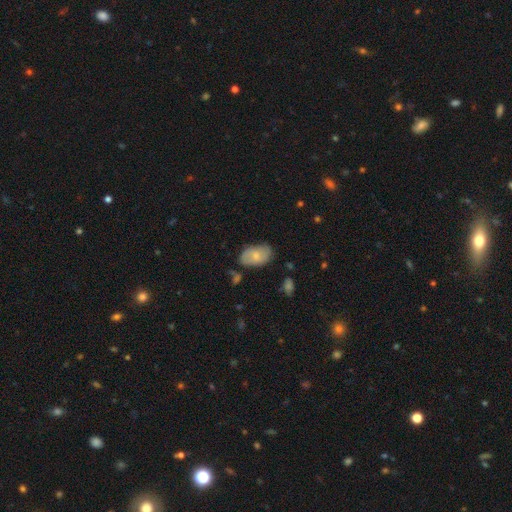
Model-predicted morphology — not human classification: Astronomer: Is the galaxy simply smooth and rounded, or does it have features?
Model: smooth — 67%.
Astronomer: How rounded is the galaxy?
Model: in between — 92%.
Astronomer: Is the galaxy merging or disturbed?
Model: none — 68%.